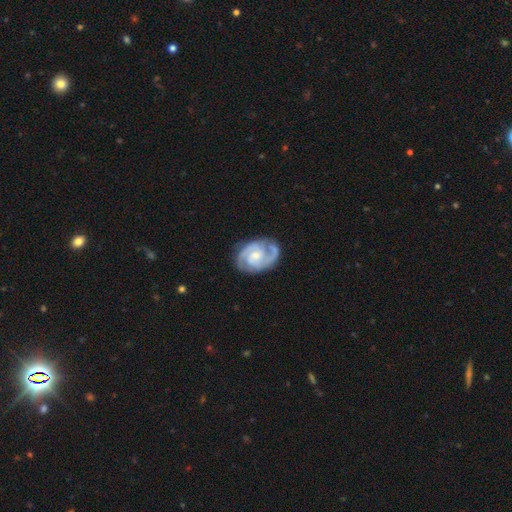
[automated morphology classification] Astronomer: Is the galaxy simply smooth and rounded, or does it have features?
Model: featured or disk — 90%.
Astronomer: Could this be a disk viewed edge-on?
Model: no — 98%.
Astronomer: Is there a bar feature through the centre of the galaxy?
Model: no — 52% (runner-up: weak, 41%).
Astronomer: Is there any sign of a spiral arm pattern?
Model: yes — 98%.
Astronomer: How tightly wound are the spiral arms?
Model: medium — 47% (runner-up: tight, 45%).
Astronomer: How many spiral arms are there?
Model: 2 — 64%.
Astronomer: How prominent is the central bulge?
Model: small — 48% (runner-up: moderate, 43%).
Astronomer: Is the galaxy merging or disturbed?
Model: none — 75%.